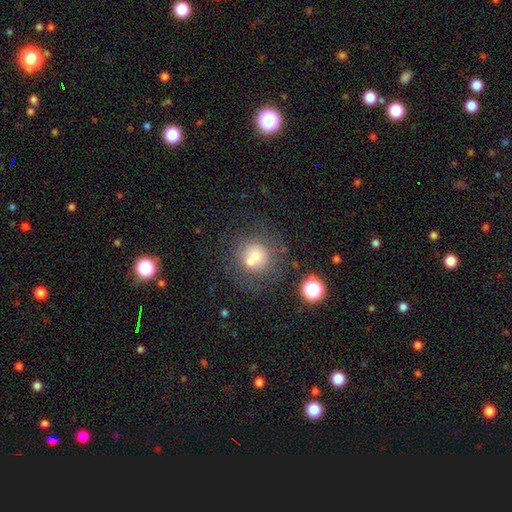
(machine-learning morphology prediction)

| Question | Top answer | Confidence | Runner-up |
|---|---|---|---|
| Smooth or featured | smooth | 65% | featured or disk (21%) |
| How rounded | round | 90% | in between (9%) |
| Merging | none | 54% | merger (27%) |